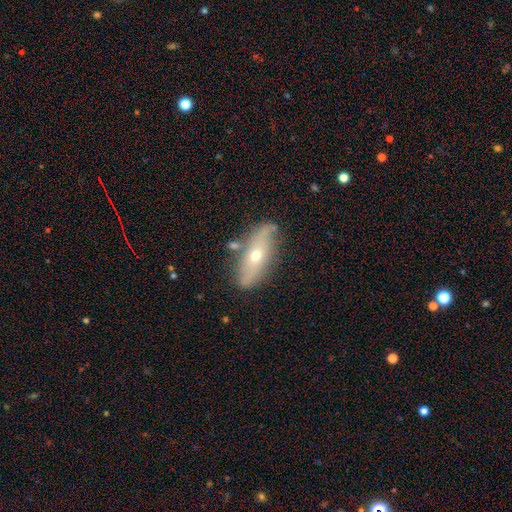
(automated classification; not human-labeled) This appears to be a featured or disk galaxy (53%). Merging: none (75%).